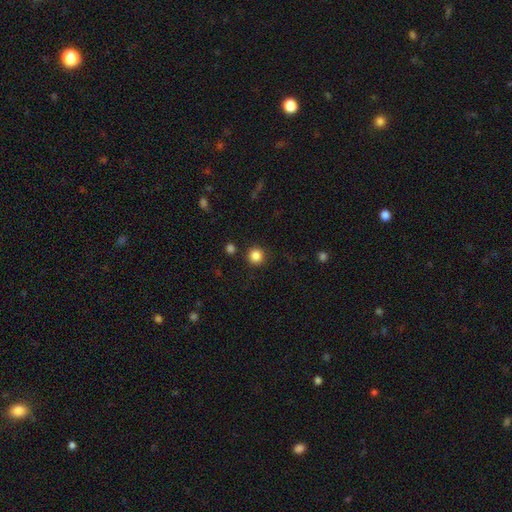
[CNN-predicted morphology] smooth 85%, star or artifact 11%, featured or disk 4%. Down the decision tree: how rounded — round (94%); merging — none (89%).